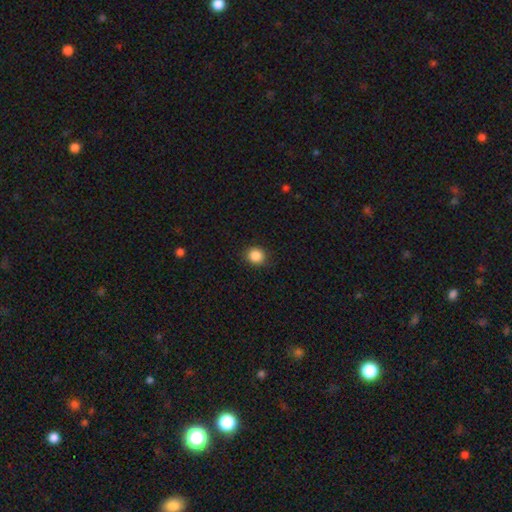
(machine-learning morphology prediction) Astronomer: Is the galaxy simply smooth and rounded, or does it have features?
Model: smooth — 87%.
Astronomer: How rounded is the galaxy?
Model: round — 85%.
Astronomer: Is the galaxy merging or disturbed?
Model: none — 88%.